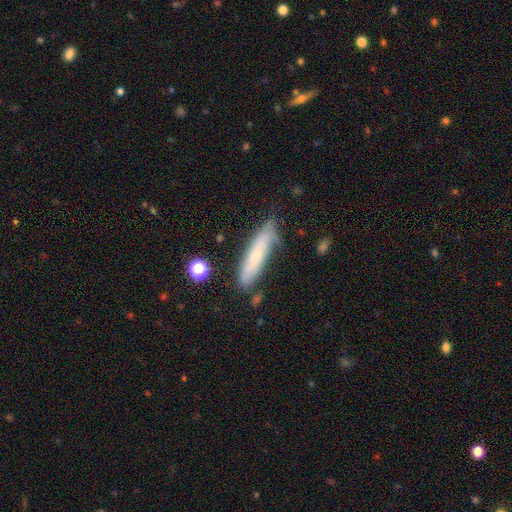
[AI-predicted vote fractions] Smooth or featured?
  - smooth: 57% *
  - featured or disk: 36%
  - star or artifact: 7%
How rounded?
  - cigar-shaped: 81% *
  - in between: 17%
  - round: 2%
Merging?
  - none: 70% *
  - minor disturbance: 22%
  - major disturbance: 5%
  - merger: 4%